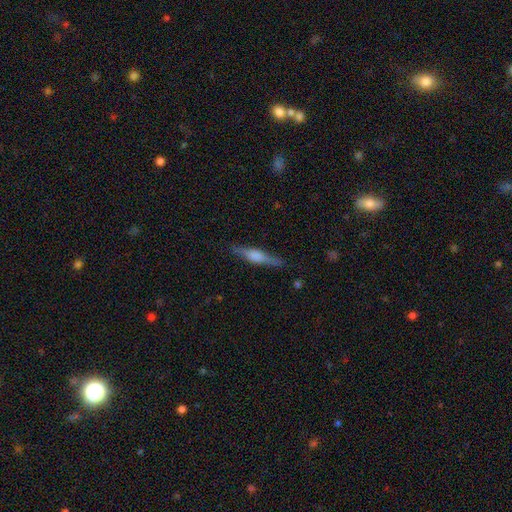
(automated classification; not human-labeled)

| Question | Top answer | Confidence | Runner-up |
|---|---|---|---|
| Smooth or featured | featured or disk | 69% | smooth (25%) |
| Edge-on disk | yes | 97% | no (3%) |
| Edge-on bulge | rounded | 74% | boxy (21%) |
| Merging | none | 88% | minor disturbance (9%) |